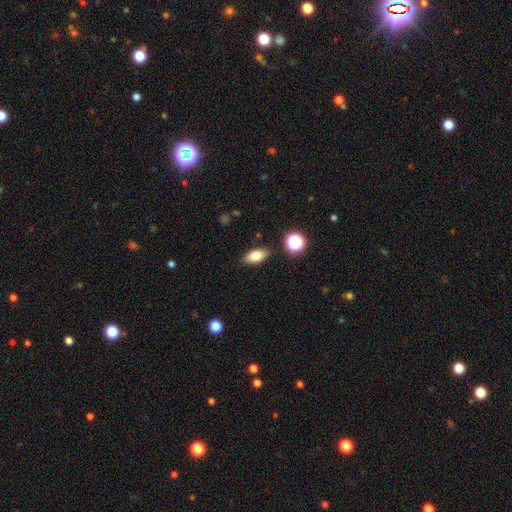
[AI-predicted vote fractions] This appears to be a smooth galaxy with no disk features (78%) that is in between round and cigar-shaped (85%). Merging: none (86%).